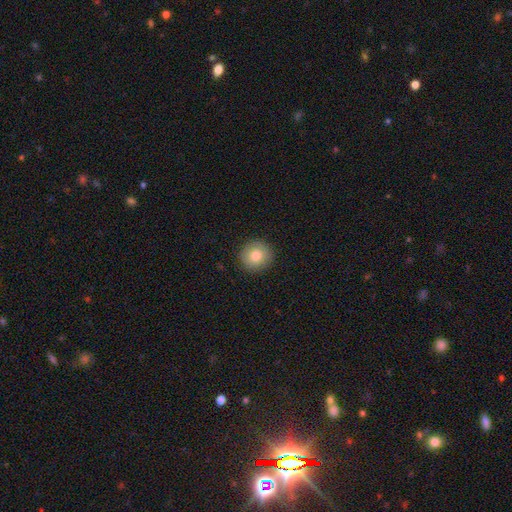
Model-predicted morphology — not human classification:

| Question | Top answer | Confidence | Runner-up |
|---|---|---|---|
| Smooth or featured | smooth | 82% | featured or disk (9%) |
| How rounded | round | 93% | in between (6%) |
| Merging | none | 91% | minor disturbance (6%) |